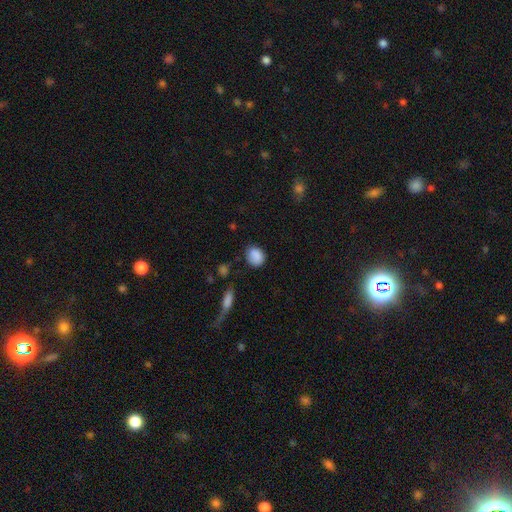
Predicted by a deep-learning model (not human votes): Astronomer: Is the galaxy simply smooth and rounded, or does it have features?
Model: smooth — 86%.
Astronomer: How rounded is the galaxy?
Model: round — 53% (runner-up: in between, 46%).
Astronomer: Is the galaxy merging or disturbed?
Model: none — 74%.